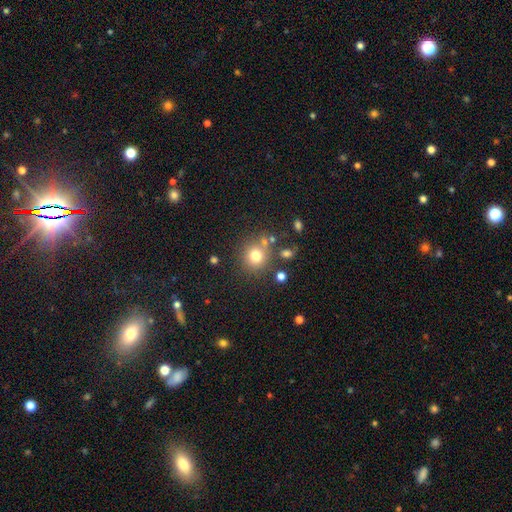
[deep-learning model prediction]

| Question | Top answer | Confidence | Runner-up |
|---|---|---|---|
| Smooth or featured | smooth | 76% | star or artifact (14%) |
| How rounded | round | 89% | in between (10%) |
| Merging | none | 75% | minor disturbance (10%) |